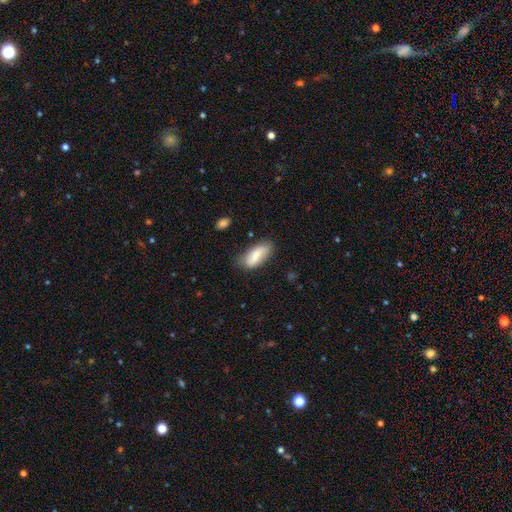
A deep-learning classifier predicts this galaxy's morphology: Smooth or featured: smooth — 71% (featured or disk — 22%)
How rounded: in between — 86% (cigar-shaped — 12%)
Merging: none — 72% (minor disturbance — 21%)